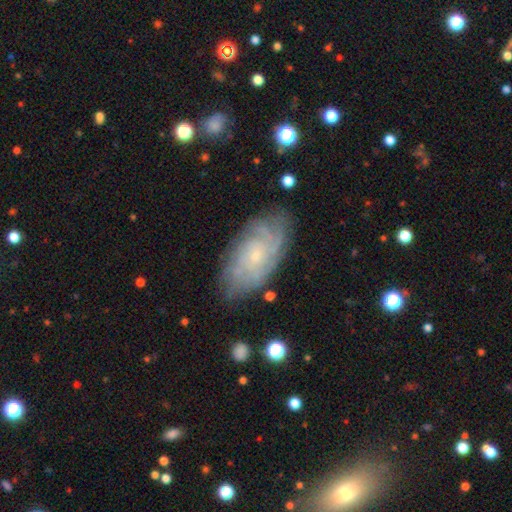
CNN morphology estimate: Overall: featured or disk (77%). Edge-on disk: no (94%). Bar: no (76%). Spiral arms: yes (93%). Spiral arm count: can't tell (46%; 4 17%). Spiral winding: tight (68%). Bulge size: small (78%). Merging: none (76%).